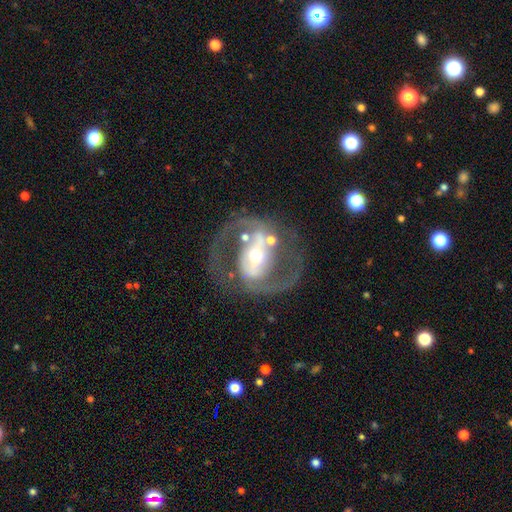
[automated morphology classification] This is clearly a featured or disk galaxy (87%). It is clearly not viewed edge-on (96%). Bar: possibly strong (52%). Spiral arm pattern: clearly yes (85%). Spiral arm count: clearly 2 (89%). Spiral winding: possibly medium (57%). Central bulge: possibly moderate (60%). Merging: likely none (71%).